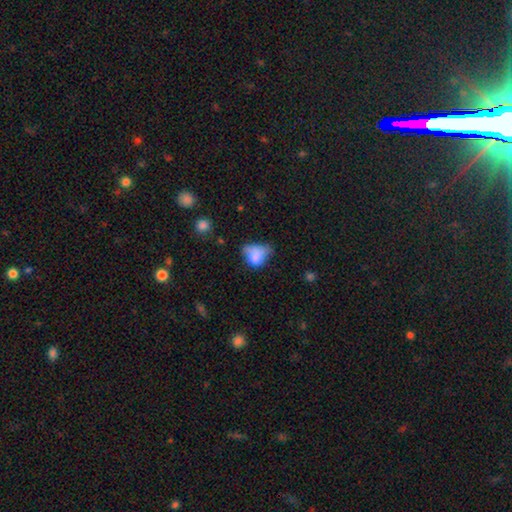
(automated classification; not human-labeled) This is likely a smooth galaxy (71%). How rounded: likely in between (64%). Merging: marginally minor disturbance (35%).